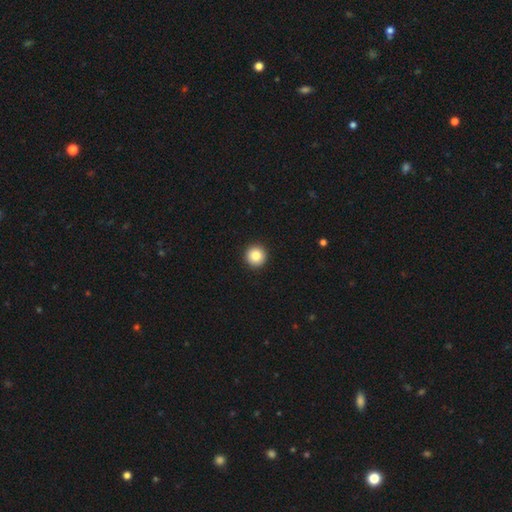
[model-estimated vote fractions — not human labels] smooth_or_featured: smooth (p=0.87) [alt: star or artifact p=0.09]
how_rounded: round (p=0.96) [alt: in between p=0.03]
merging: none (p=0.94) [alt: minor disturbance p=0.04]